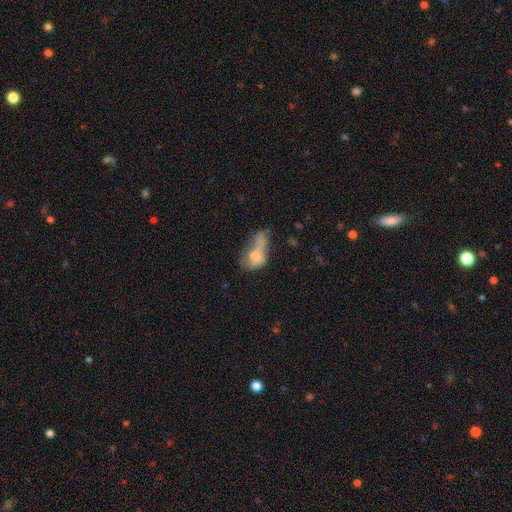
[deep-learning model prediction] smooth-or-featured: smooth: 60% | featured or disk: 28% | star or artifact: 11%
  how-rounded: in between: 72% | round: 23% | cigar-shaped: 5%
  merging: merger: 34% | major disturbance: 30% | none: 18% | minor disturbance: 17%